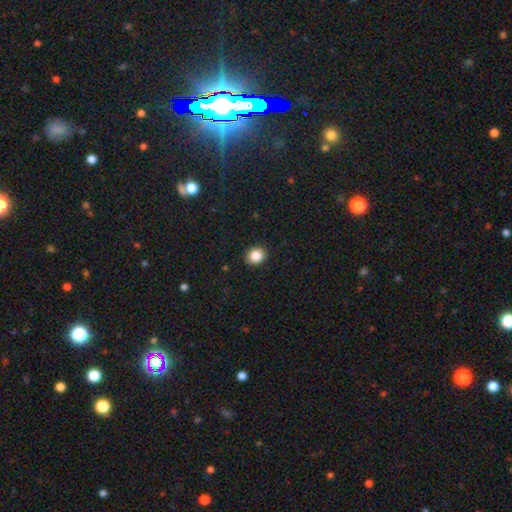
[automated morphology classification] Smooth or featured: smooth — 86% (star or artifact — 10%)
How rounded: round — 71% (in between — 28%)
Merging: none — 91% (minor disturbance — 6%)